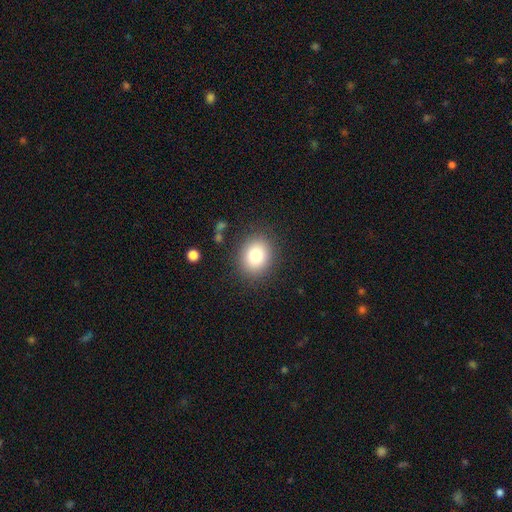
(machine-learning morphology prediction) A smooth galaxy with no disk features (80%) that is round (63%).

Vote fractions:
- Smooth or featured? smooth: 80% / star or artifact: 10% / featured or disk: 9%
- How rounded? round: 63% / in between: 36% / cigar-shaped: 1%
- Merging? none: 86% / minor disturbance: 9% / major disturbance: 4% / merger: 2%